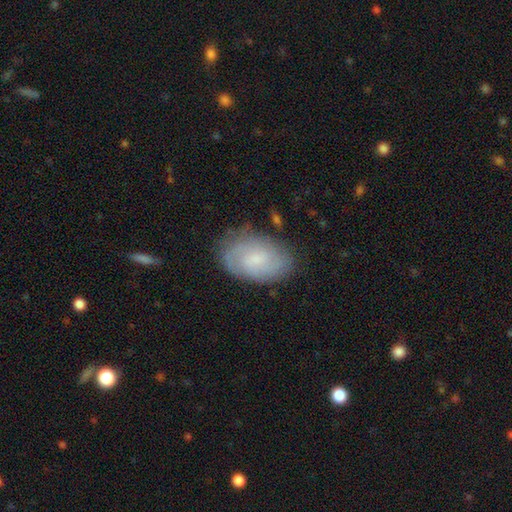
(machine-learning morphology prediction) This appears to be a smooth galaxy with no disk features (44%, tied with featured or disk). Merging: none (77%).